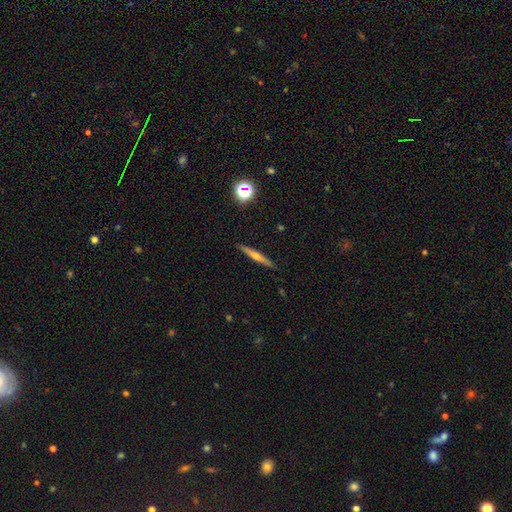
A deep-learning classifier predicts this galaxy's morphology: The model was most divided on "smooth or featured": featured or disk: 62%, smooth: 29%, star or artifact: 9%. More confident: edge-on disk — yes (97%); merging — none (91%); edge-on bulge — rounded (81%).